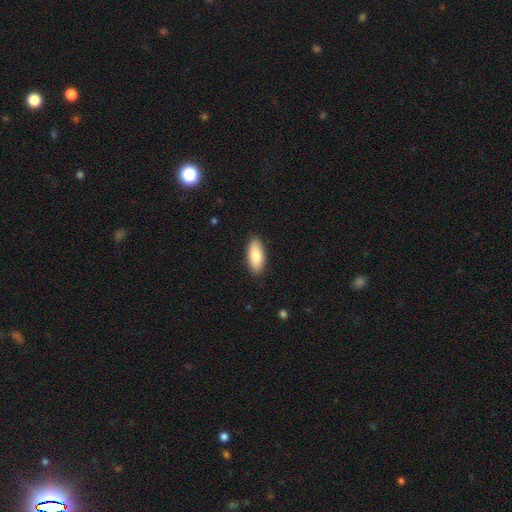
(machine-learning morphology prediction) Smooth or featured? Predicted: smooth (p=0.85). How rounded? Predicted: in between (p=0.82). Merging? Predicted: none (p=0.89).